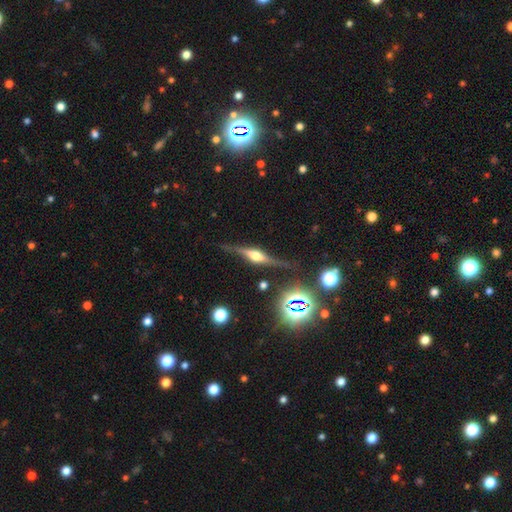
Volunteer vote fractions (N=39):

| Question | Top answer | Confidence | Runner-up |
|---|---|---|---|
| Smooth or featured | featured or disk | 67% | smooth (23%) |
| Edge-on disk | yes | 92% | no (8%) |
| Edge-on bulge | rounded | 92% | boxy (8%) |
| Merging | none | 71% | minor disturbance (26%) |